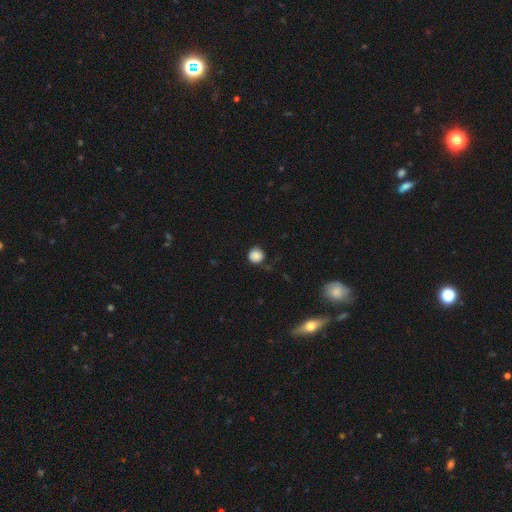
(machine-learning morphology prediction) smooth_or_featured: smooth (p=0.87) [alt: star or artifact p=0.09]
how_rounded: round (p=0.94) [alt: in between p=0.05]
merging: none (p=0.80) [alt: minor disturbance p=0.14]